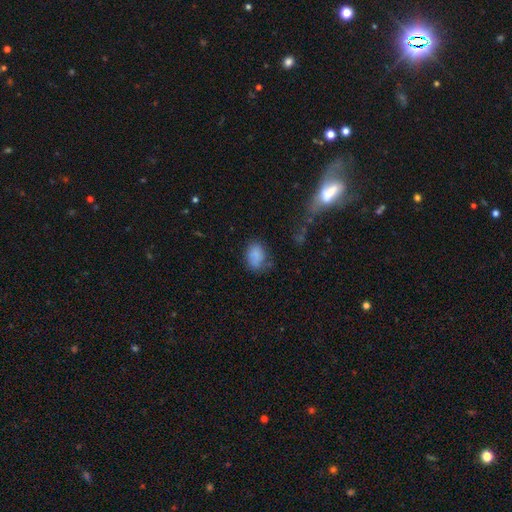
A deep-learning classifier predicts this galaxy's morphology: smooth-or-featured: smooth: 82% | star or artifact: 10% | featured or disk: 8%
  how-rounded: in between: 76% | round: 22% | cigar-shaped: 1%
  merging: none: 61% | minor disturbance: 24% | major disturbance: 9% | merger: 6%